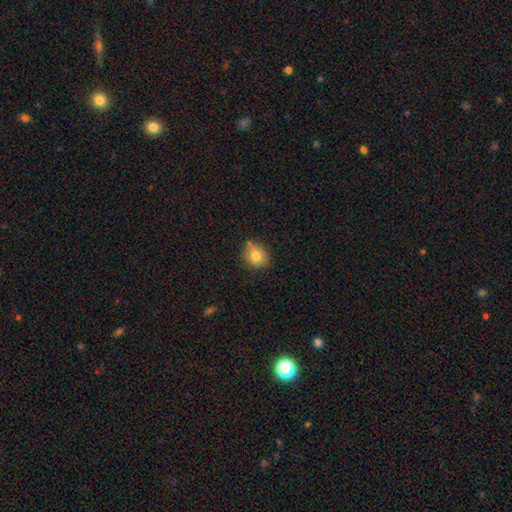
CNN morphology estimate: The model was most divided on "how rounded": round: 75%, in between: 24%, cigar-shaped: 1%. More confident: smooth or featured — smooth (79%); merging — none (72%).